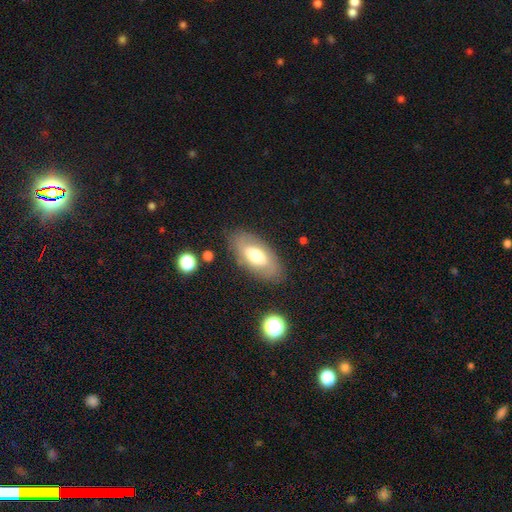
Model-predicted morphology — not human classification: The model was most divided on "smooth or featured": smooth: 59%, featured or disk: 34%, star or artifact: 7%. More confident: how rounded — in between (91%); merging — none (80%).